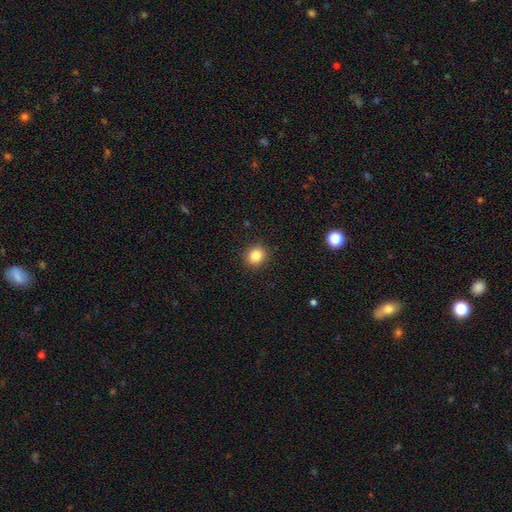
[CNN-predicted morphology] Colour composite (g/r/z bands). It shows a smooth galaxy with no disk features (86%) that is round (75%). Merging: none (90%).